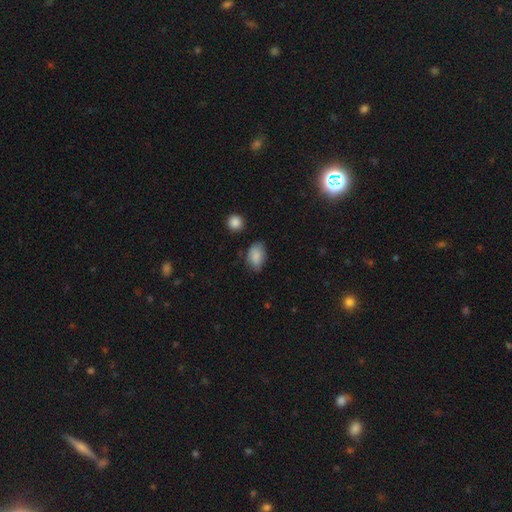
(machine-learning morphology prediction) smooth_or_featured: smooth (p=0.81) [alt: featured or disk p=0.11]
how_rounded: in between (p=0.87) [alt: round p=0.12]
merging: none (p=0.66) [alt: minor disturbance p=0.26]